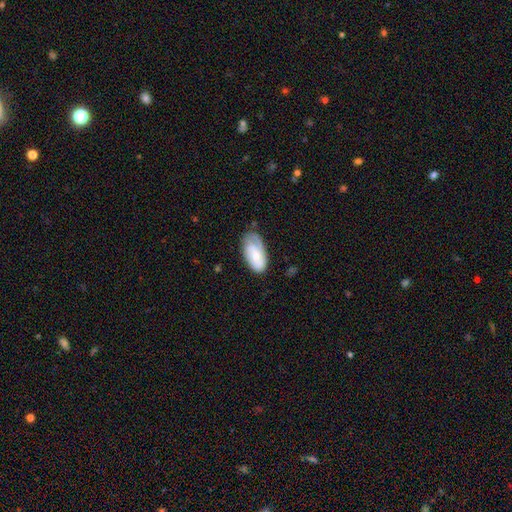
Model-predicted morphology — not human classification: Smooth or featured: smooth — 53% (featured or disk — 41%)
How rounded: in between — 93% (cigar-shaped — 4%)
Merging: none — 57% (minor disturbance — 31%)